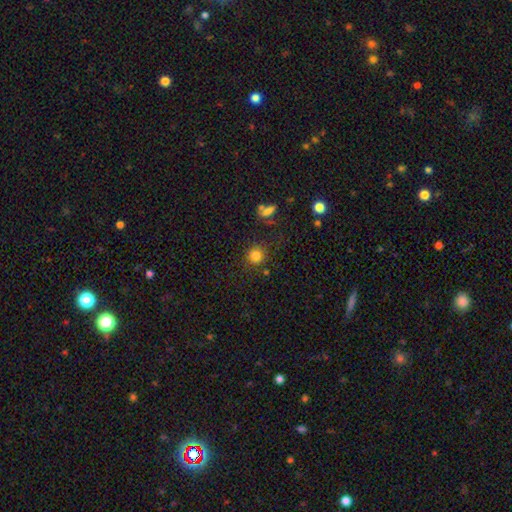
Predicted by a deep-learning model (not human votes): This appears to be a smooth galaxy with no disk features (80%) that is round (90%). Merging: none (78%).